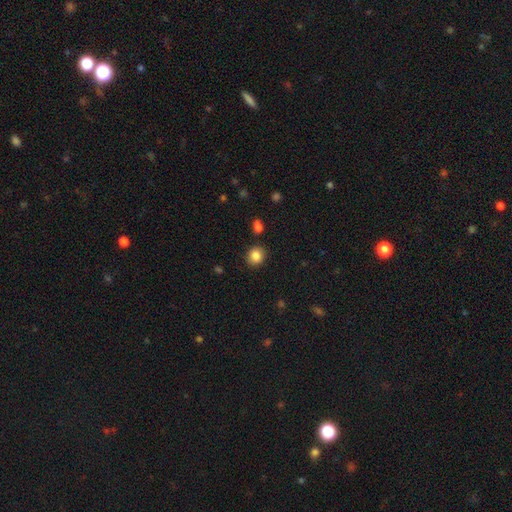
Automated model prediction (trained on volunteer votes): Morphology: type=smooth (86%); roundness=round (80%); merging=none (87%).